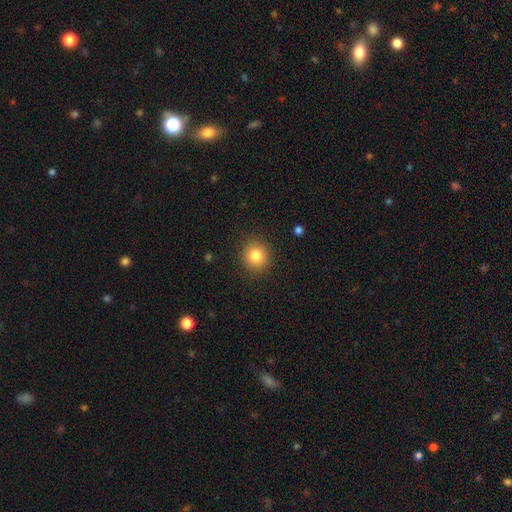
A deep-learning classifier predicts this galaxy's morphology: Overall: smooth (83%). How rounded: round (89%). Merging: none (90%).